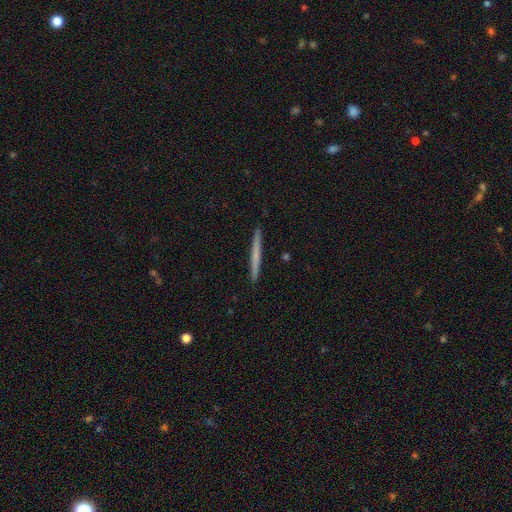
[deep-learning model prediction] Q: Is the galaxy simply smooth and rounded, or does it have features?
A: smooth — 57%.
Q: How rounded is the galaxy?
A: cigar-shaped — 97%.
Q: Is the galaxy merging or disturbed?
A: none — 93%.